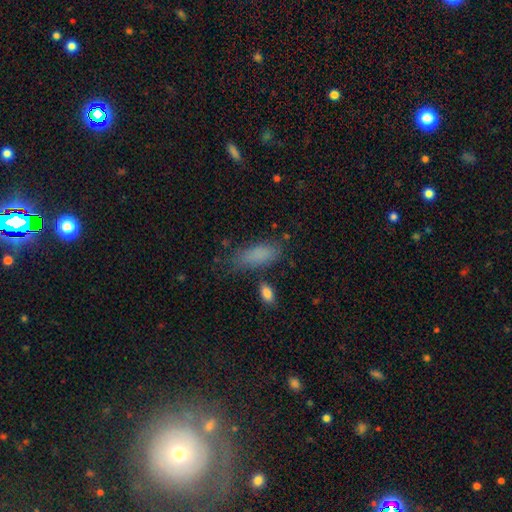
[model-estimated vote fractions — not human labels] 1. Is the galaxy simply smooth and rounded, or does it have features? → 82% smooth, 9% star or artifact, 9% featured or disk.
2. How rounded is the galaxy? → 72% in between, 25% cigar-shaped, 3% round.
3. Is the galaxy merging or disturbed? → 66% none, 21% minor disturbance, 8% major disturbance, 5% merger.